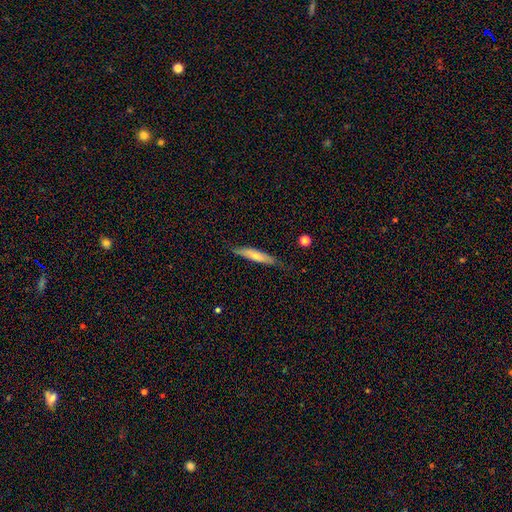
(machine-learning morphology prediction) smooth-or-featured: smooth: 61% | featured or disk: 33% | star or artifact: 6%
  how-rounded: cigar-shaped: 84% | in between: 14% | round: 1%
  merging: none: 77% | minor disturbance: 19% | major disturbance: 3% | merger: 2%